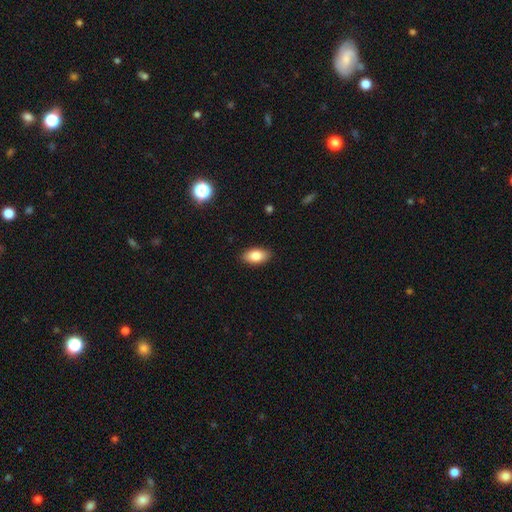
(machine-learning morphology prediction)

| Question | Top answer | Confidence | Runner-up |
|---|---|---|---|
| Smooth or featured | smooth | 84% | featured or disk (9%) |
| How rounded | in between | 93% | round (4%) |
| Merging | none | 89% | minor disturbance (8%) |